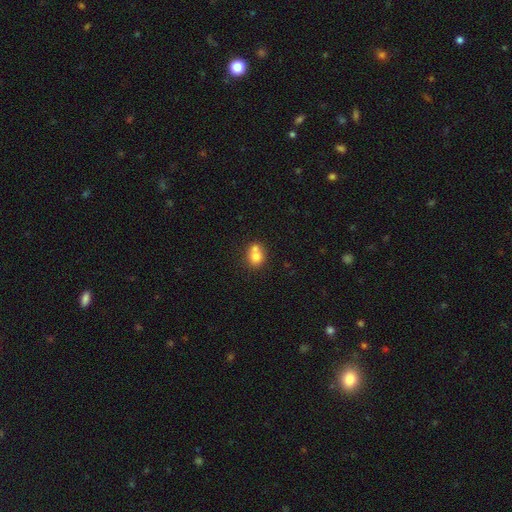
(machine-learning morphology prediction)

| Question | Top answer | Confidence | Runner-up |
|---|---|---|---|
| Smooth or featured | smooth | 73% | featured or disk (16%) |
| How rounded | round | 73% | in between (26%) |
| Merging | merger | 52% | none (36%) |